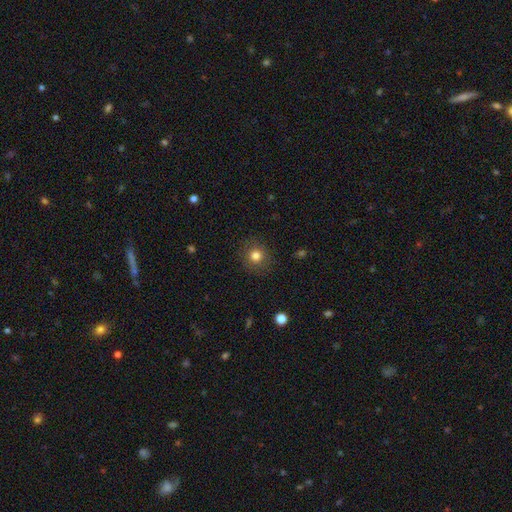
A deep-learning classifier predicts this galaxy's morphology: Smooth or featured?
  - smooth: 81% *
  - star or artifact: 12%
  - featured or disk: 7%
How rounded?
  - round: 90% *
  - in between: 9%
  - cigar-shaped: 1%
Merging?
  - none: 88% *
  - minor disturbance: 8%
  - major disturbance: 3%
  - merger: 1%